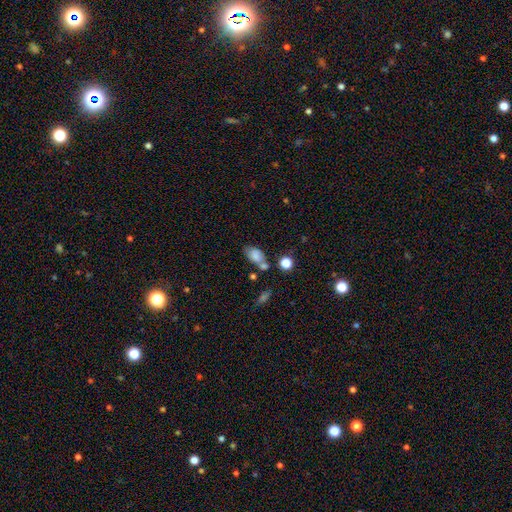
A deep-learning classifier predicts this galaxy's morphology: smooth 75%, featured or disk 14%, star or artifact 11%. Down the decision tree: how rounded — in between (85%); merging — none (46%).